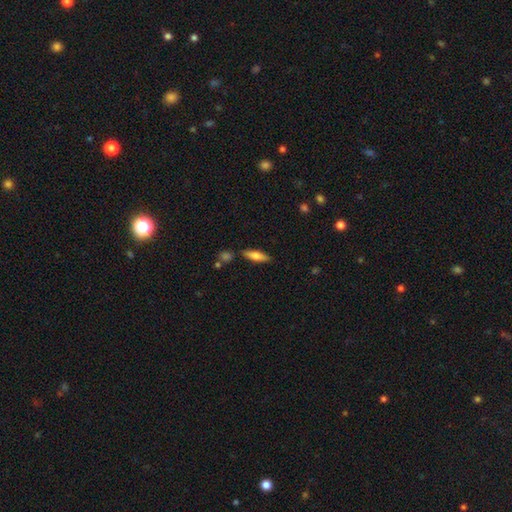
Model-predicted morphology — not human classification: Overall: smooth (66%; featured or disk 27%). How rounded: cigar-shaped (60%; in between 38%). Merging: none (83%).